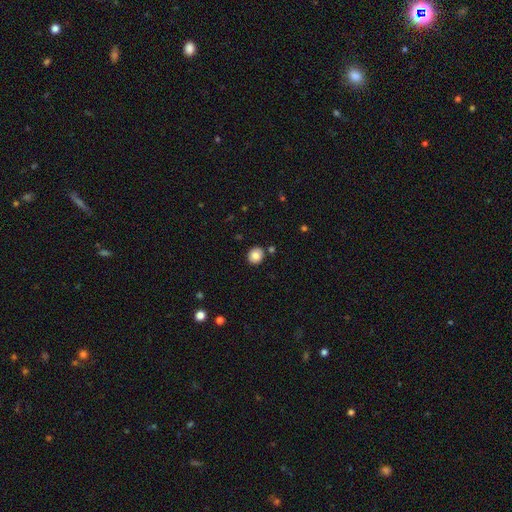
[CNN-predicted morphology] Overall: smooth (84%). How rounded: round (78%). Merging: none (85%).